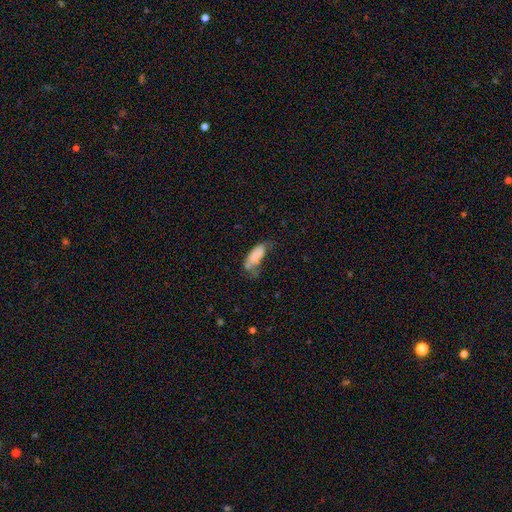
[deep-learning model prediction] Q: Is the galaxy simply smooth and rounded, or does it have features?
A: smooth — 75%.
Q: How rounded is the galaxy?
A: in between — 81%.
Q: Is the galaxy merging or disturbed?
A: minor disturbance — 34%.